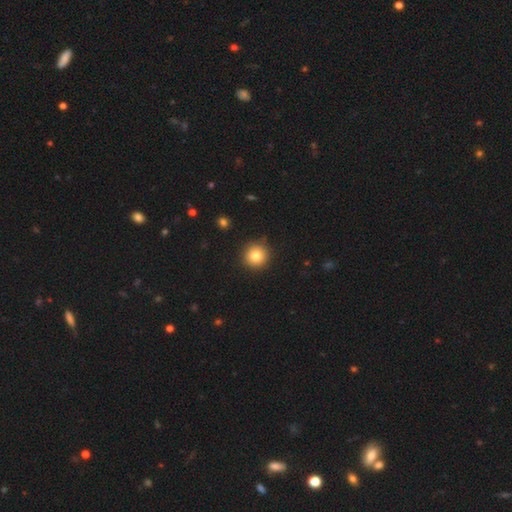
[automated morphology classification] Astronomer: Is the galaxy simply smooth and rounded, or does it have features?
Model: smooth — 81%.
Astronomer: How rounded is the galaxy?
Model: round — 95%.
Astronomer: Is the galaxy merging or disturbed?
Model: none — 91%.